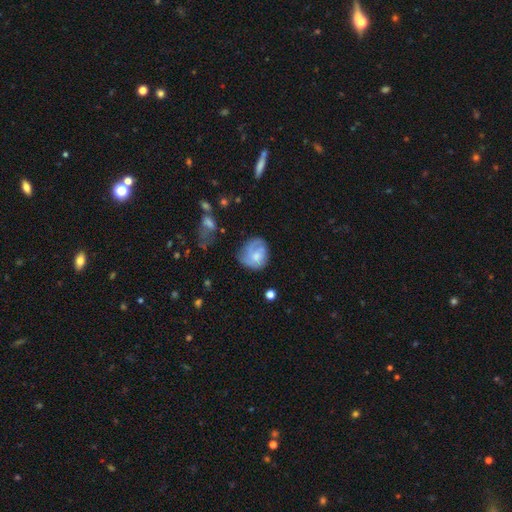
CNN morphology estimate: smooth_or_featured: smooth (p=0.51) [alt: featured or disk p=0.42]
how_rounded: round (p=0.67) [alt: in between p=0.32]
merging: none (p=0.48) [alt: minor disturbance p=0.28]